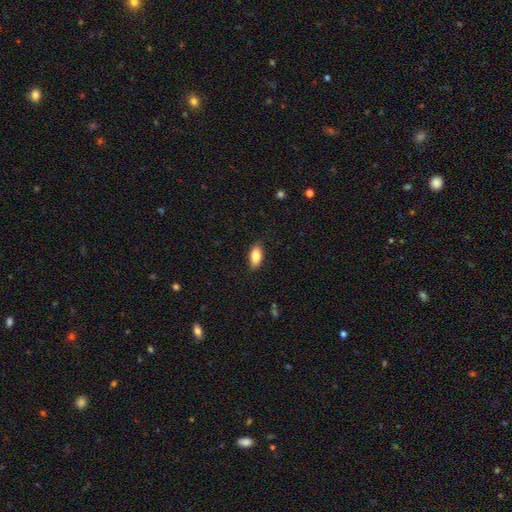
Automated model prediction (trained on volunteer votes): Overall: smooth (83%). How rounded: in between (88%). Merging: none (83%).